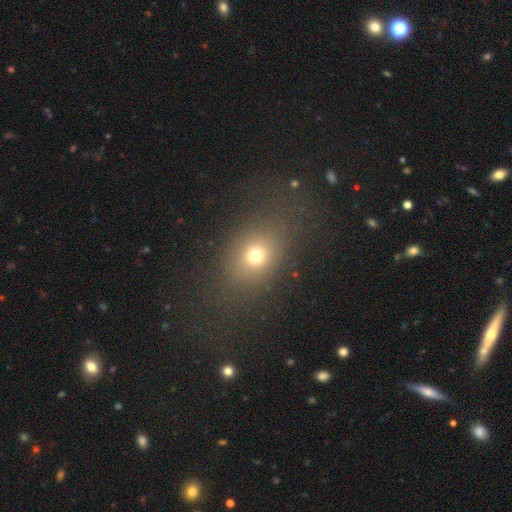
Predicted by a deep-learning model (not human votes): The model was most divided on "how rounded": in between: 55%, round: 42%, cigar-shaped: 3%. More confident: merging — none (77%); smooth or featured — smooth (71%).